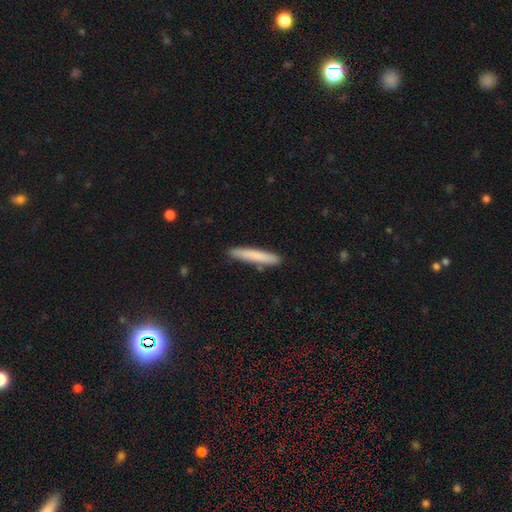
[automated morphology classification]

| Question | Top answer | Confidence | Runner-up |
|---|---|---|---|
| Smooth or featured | smooth | 78% | featured or disk (16%) |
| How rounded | cigar-shaped | 94% | in between (5%) |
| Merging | none | 87% | minor disturbance (9%) |